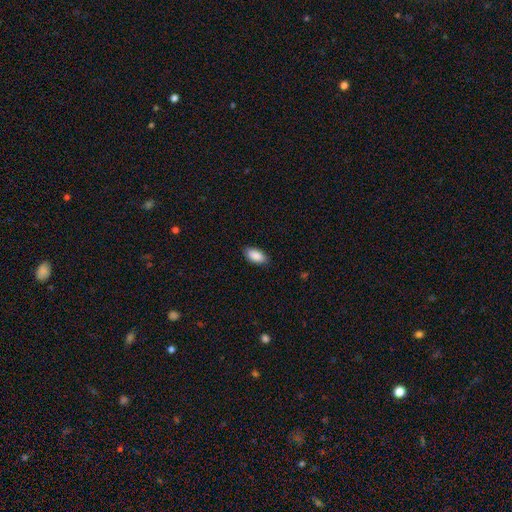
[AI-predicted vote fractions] This appears to be a smooth galaxy with no disk features (89%) that is in between round and cigar-shaped (92%). Merging: none (86%).